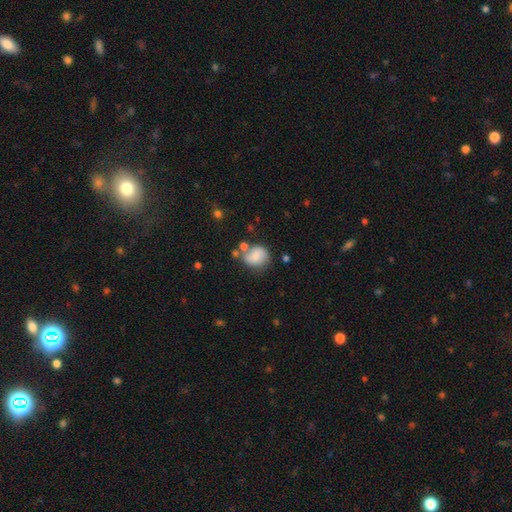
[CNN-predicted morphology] Smooth or featured? smooth (72%)
How rounded? round (59%)
Merging? none (50%)